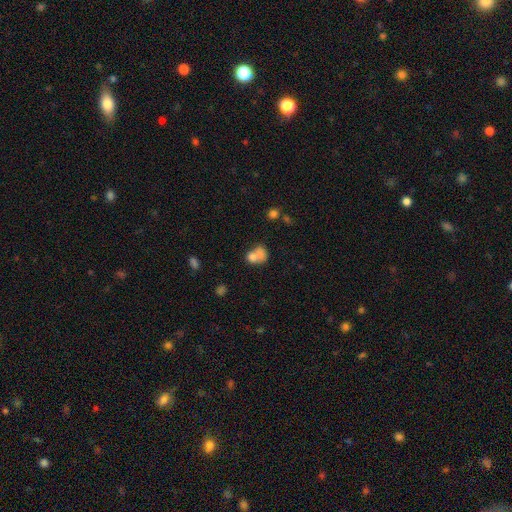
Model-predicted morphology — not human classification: Overall: smooth (73%). How rounded: round (52%; in between 47%). Merging: merger (62%; none 24%).